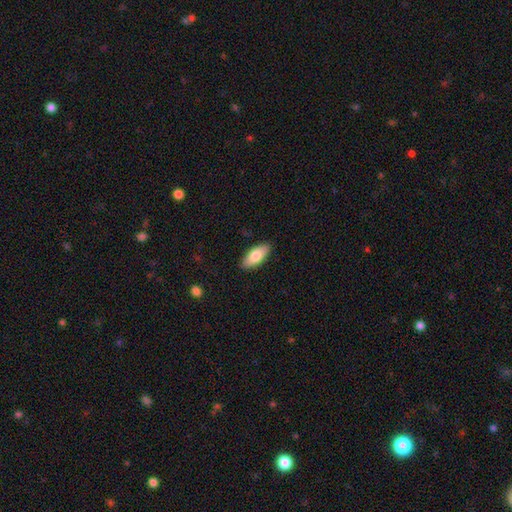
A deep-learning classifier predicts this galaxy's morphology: smooth_or_featured: smooth (p=0.80) [alt: featured or disk p=0.14]
how_rounded: in between (p=0.84) [alt: cigar-shaped p=0.13]
merging: none (p=0.88) [alt: minor disturbance p=0.09]